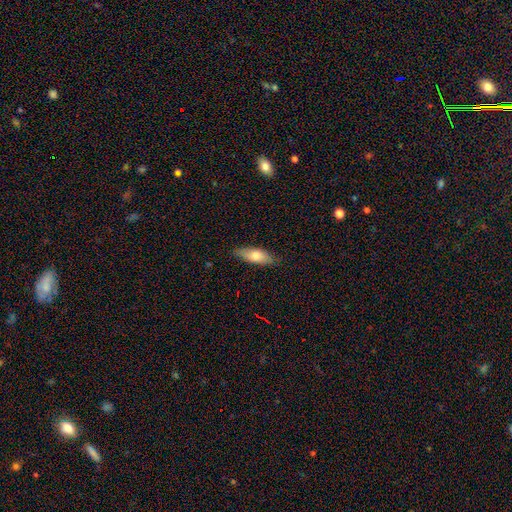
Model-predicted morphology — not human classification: Q: Smooth or featured?
A: smooth (71%); runner-up: featured or disk (23%)
Q: How rounded?
A: in between (65%); runner-up: cigar-shaped (32%)
Q: Merging?
A: none (84%); runner-up: minor disturbance (13%)